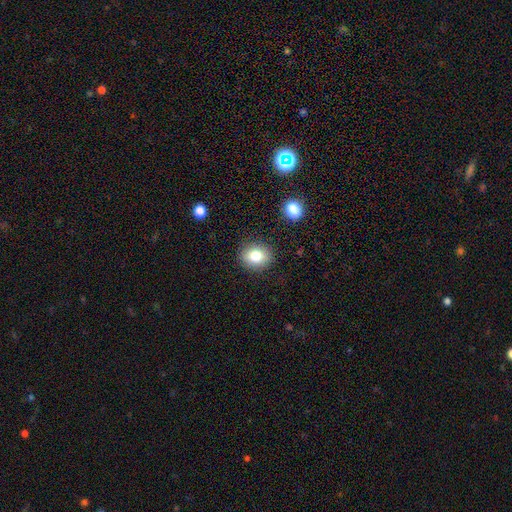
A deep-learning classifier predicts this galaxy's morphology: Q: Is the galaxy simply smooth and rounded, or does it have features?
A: smooth — 80%.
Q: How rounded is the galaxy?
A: round — 61%.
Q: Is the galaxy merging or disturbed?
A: none — 88%.